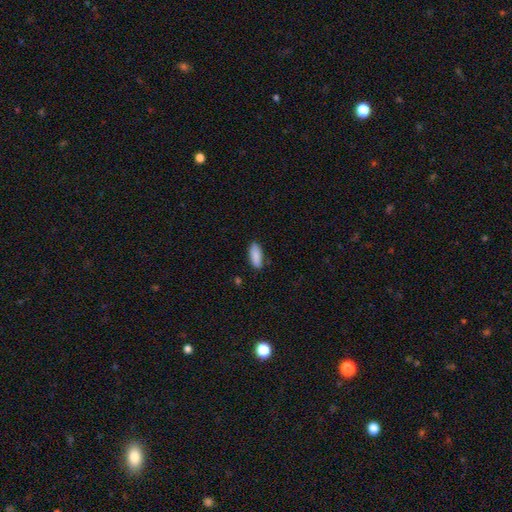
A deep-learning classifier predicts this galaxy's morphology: Overall: smooth (89%). How rounded: in between (79%). Merging: none (86%).